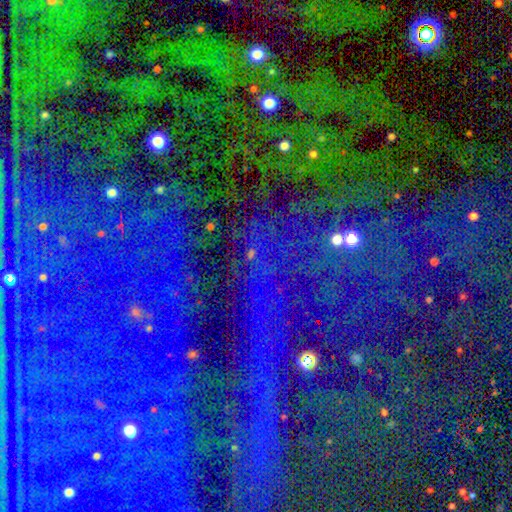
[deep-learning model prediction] Morphology: type=star or artifact (81%).